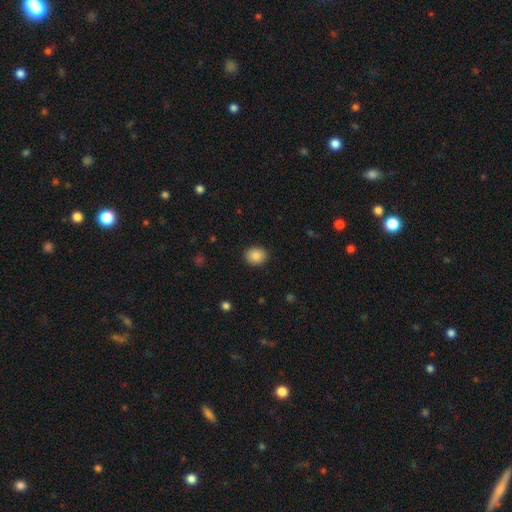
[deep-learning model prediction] A smooth galaxy with no disk features (87%) that is round (53%).

Vote fractions:
- Smooth or featured? smooth: 87% / star or artifact: 8% / featured or disk: 5%
- How rounded? round: 53% / in between: 46% / cigar-shaped: 1%
- Merging? none: 89% / minor disturbance: 8% / major disturbance: 2% / merger: 1%